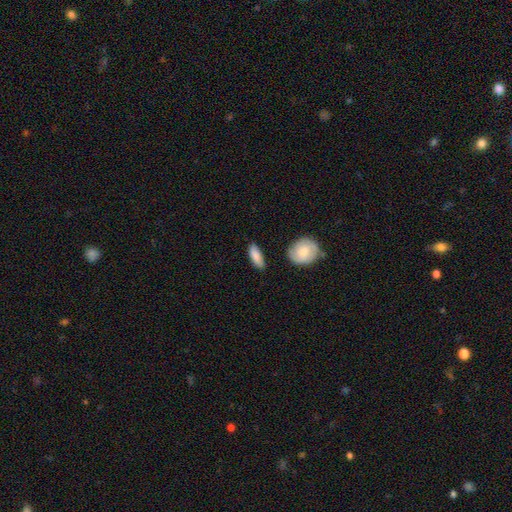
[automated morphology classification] A smooth galaxy with no disk features (86%) that is in between round and cigar-shaped (69%).

Vote fractions:
- Smooth or featured? smooth: 86% / featured or disk: 9% / star or artifact: 5%
- How rounded? in between: 69% / cigar-shaped: 28% / round: 3%
- Merging? none: 80% / minor disturbance: 14% / merger: 3% / major disturbance: 3%